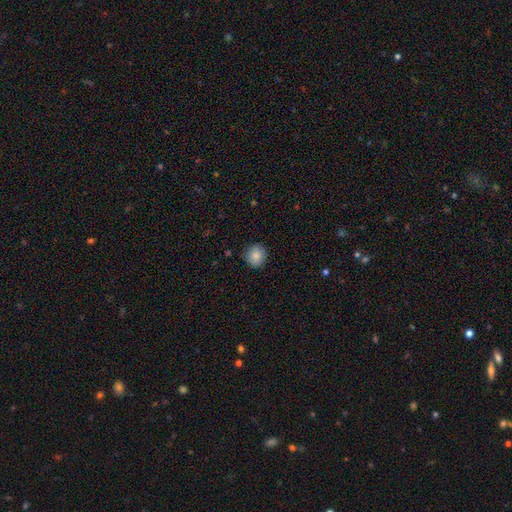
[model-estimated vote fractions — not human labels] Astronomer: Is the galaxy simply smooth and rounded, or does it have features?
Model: smooth — 85%.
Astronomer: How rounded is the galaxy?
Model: round — 89%.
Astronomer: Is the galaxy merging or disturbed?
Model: none — 88%.